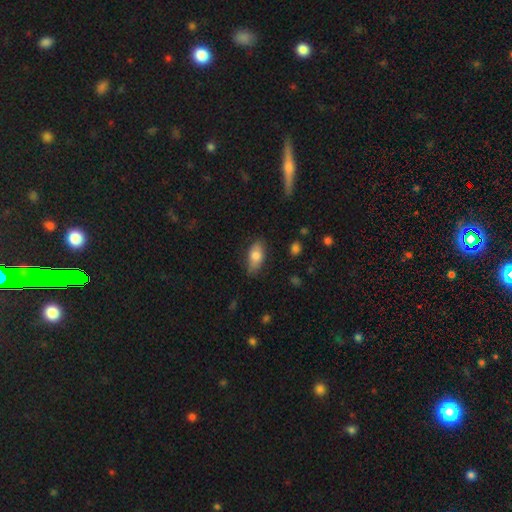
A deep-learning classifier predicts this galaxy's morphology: This is likely a smooth galaxy (77%). How rounded: clearly in between (88%). Merging: likely none (79%).